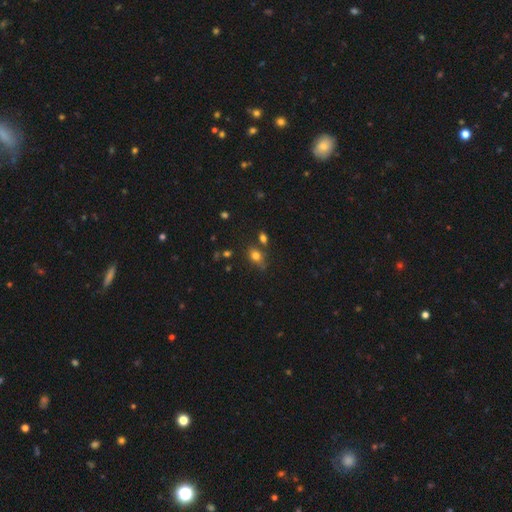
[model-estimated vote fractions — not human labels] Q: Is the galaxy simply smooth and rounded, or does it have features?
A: smooth — 78%.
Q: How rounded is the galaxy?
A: in between — 66%.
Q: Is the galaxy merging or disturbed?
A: none — 65%.